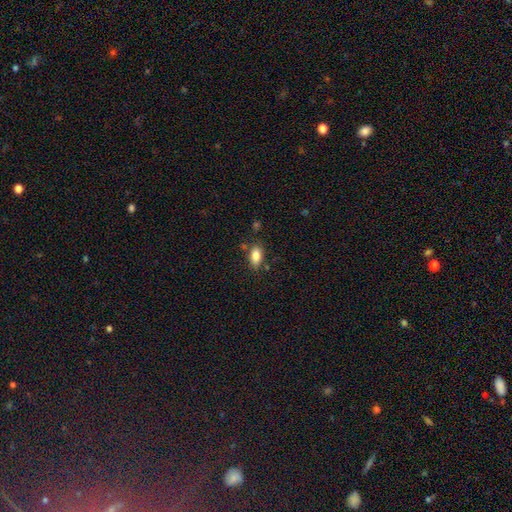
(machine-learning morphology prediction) Smooth or featured?
  - smooth: 84% *
  - star or artifact: 8%
  - featured or disk: 8%
How rounded?
  - in between: 90% *
  - round: 6%
  - cigar-shaped: 5%
Merging?
  - none: 78% *
  - minor disturbance: 14%
  - merger: 5%
  - major disturbance: 3%